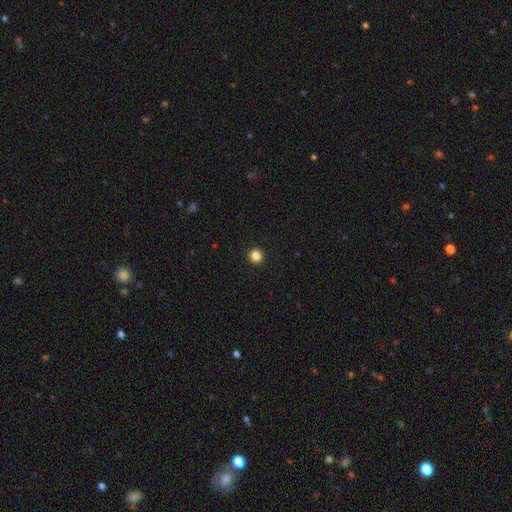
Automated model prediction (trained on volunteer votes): A smooth galaxy with no disk features (84%) that is round (95%).

Vote fractions:
- Smooth or featured? smooth: 84% / star or artifact: 12% / featured or disk: 4%
- How rounded? round: 95% / in between: 4% / cigar-shaped: 1%
- Merging? none: 94% / minor disturbance: 4% / major disturbance: 1% / merger: 1%